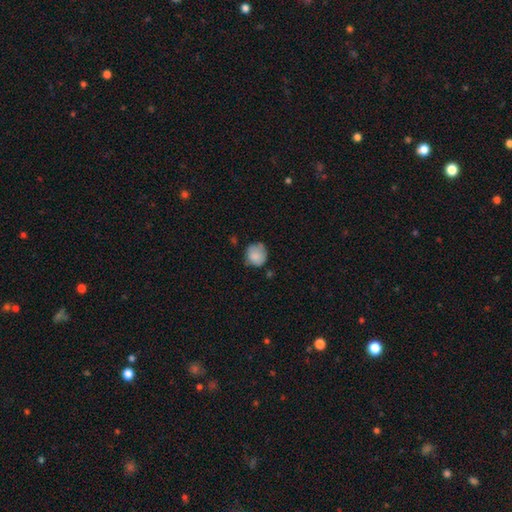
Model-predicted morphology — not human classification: smooth-or-featured: smooth: 81% | featured or disk: 11% | star or artifact: 8%
  how-rounded: round: 83% | in between: 16% | cigar-shaped: 1%
  merging: none: 61% | minor disturbance: 29% | major disturbance: 7% | merger: 3%